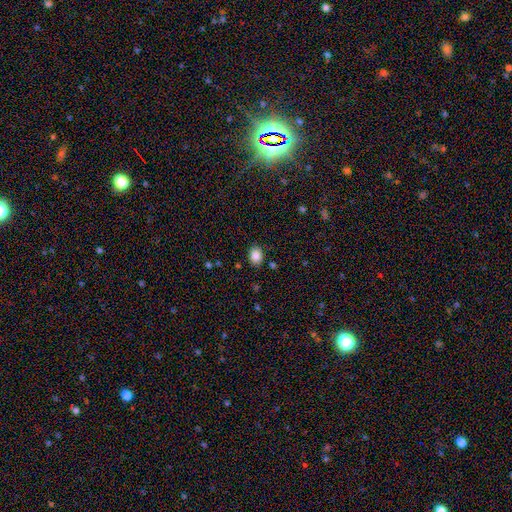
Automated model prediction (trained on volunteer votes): This is clearly a smooth galaxy (86%). How rounded: likely in between (66%). Merging: clearly none (86%).